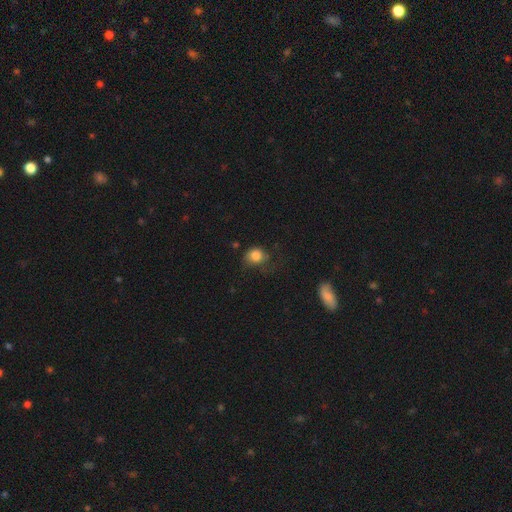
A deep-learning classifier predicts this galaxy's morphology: Smooth or featured? Predicted: smooth (p=0.81). How rounded? Predicted: round (p=0.69). Merging? Predicted: none (p=0.47).